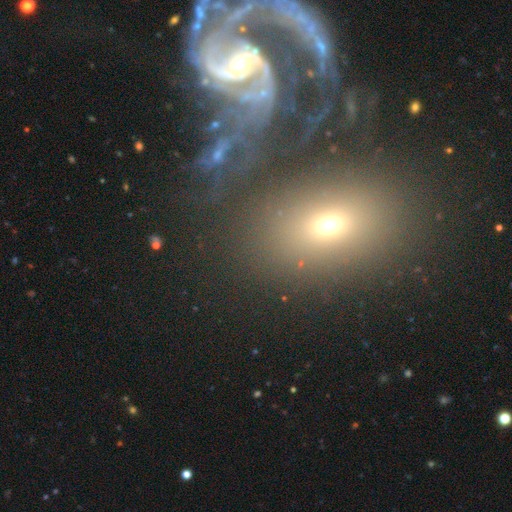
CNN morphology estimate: type=star or artifact (37%).